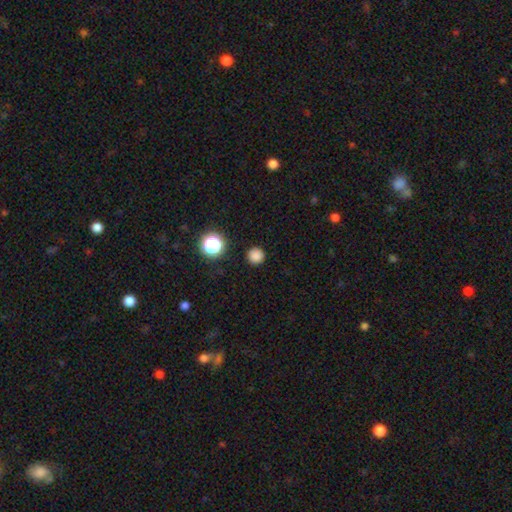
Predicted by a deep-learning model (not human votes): The model was most divided on "smooth or featured": smooth: 82%, star or artifact: 15%, featured or disk: 3%. More confident: how rounded — round (96%); merging — none (91%).